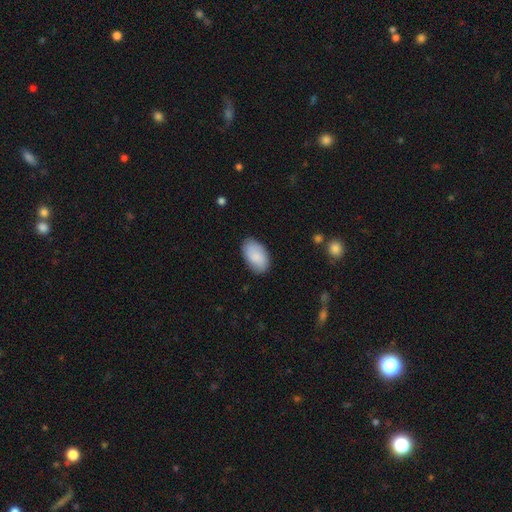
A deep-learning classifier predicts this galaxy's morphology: smooth 83%, featured or disk 11%, star or artifact 6%. Down the decision tree: how rounded — in between (94%); merging — none (84%).